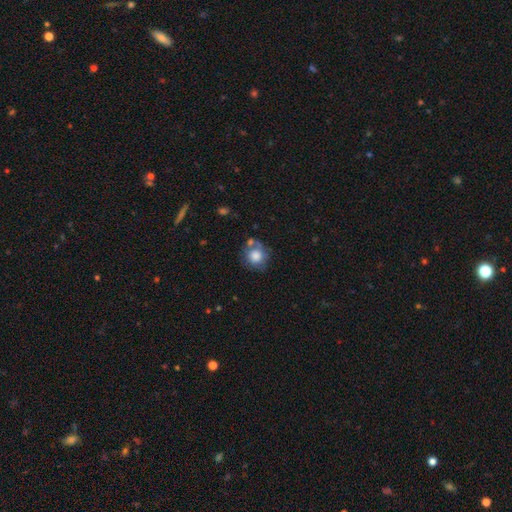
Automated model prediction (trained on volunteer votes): Smooth or featured: smooth — 74% (featured or disk — 17%)
How rounded: round — 85% (in between — 14%)
Merging: none — 57% (minor disturbance — 20%)